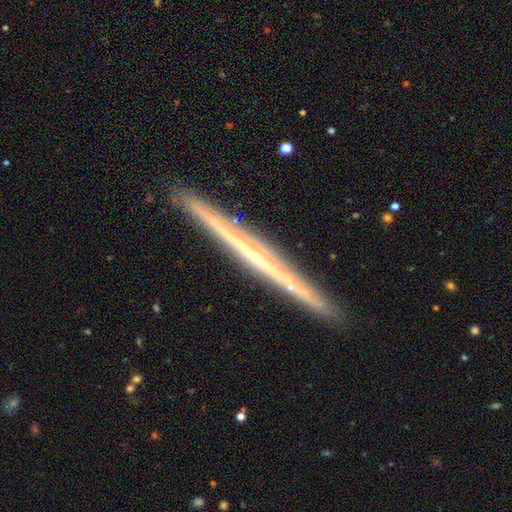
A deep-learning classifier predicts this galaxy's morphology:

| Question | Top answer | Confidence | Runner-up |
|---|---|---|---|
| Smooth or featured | featured or disk | 77% | smooth (17%) |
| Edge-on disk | yes | 98% | no (2%) |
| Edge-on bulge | none | 71% | rounded (24%) |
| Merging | none | 92% | minor disturbance (6%) |